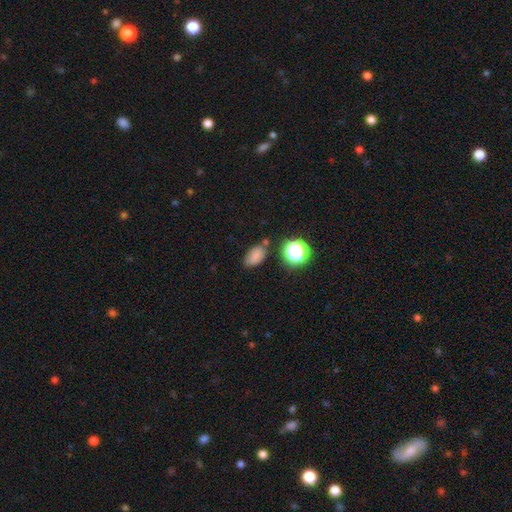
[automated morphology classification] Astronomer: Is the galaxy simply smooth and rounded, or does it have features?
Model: smooth — 77%.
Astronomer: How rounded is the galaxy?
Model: in between — 85%.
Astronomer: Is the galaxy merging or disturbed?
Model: none — 69%.